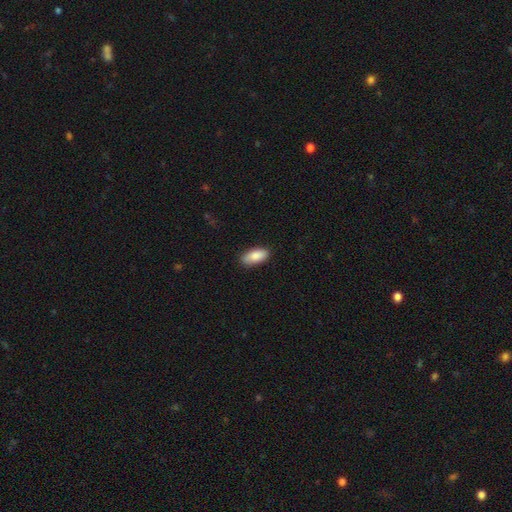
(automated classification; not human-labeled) Morphology: type=smooth (88%); roundness=in between (88%); merging=none (86%).